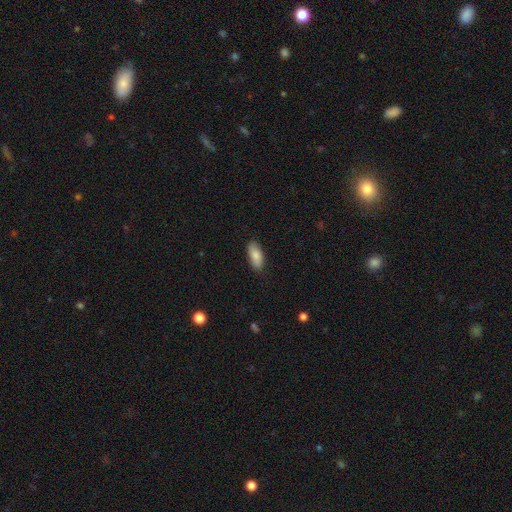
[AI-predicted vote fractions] This is clearly a smooth galaxy (85%). How rounded: clearly in between (84%). Merging: clearly none (87%).